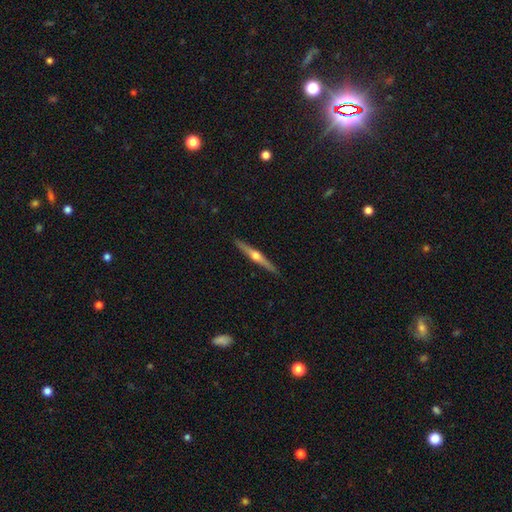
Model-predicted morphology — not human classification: A featured or disk galaxy (76%) viewed edge-on (98%) with a rounded central bulge (94%).

Vote fractions:
- Smooth or featured? featured or disk: 76% / smooth: 19% / star or artifact: 5%
- Edge-on disk? yes: 98% / no: 2%
- Edge-on bulge? rounded: 94% / none: 3% / boxy: 2%
- Merging? none: 91% / minor disturbance: 6% / major disturbance: 1% / merger: 1%